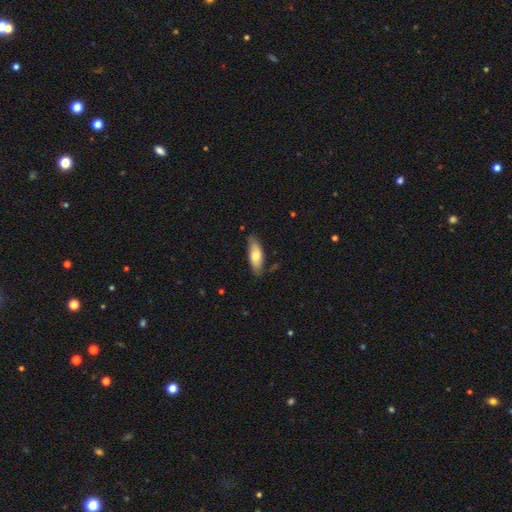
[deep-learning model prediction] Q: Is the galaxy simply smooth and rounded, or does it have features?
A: smooth — 69%.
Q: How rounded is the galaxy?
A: in between — 68%.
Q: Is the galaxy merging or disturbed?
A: none — 78%.